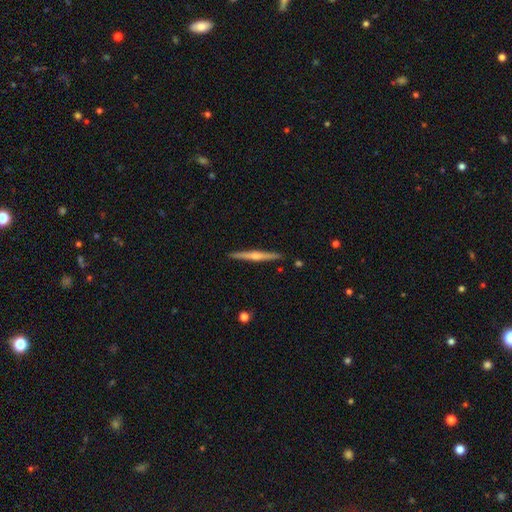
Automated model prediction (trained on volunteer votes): The model was most divided on "smooth or featured": featured or disk: 77%, smooth: 18%, star or artifact: 5%. More confident: edge-on disk — yes (98%); merging — none (92%); edge-on bulge — rounded (82%).